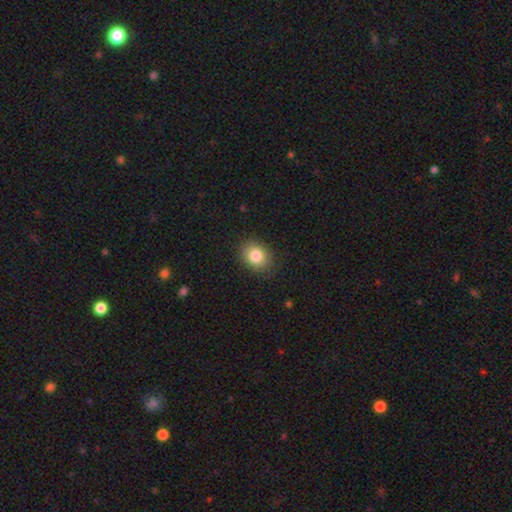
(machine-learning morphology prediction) type=smooth (84%); roundness=round (52%); merging=none (86%).